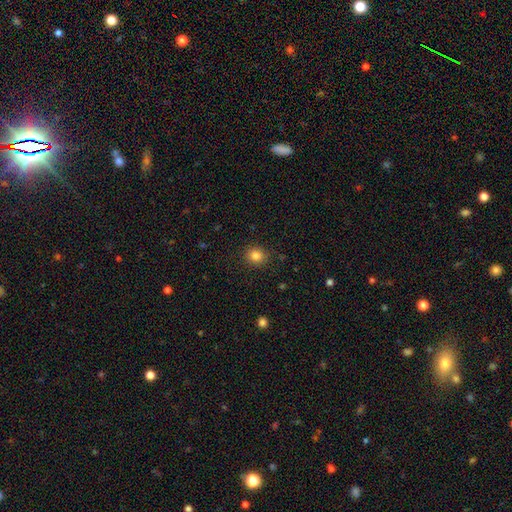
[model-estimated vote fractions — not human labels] This appears to be a smooth galaxy with no disk features (83%) that is round (79%). Merging: none (89%).